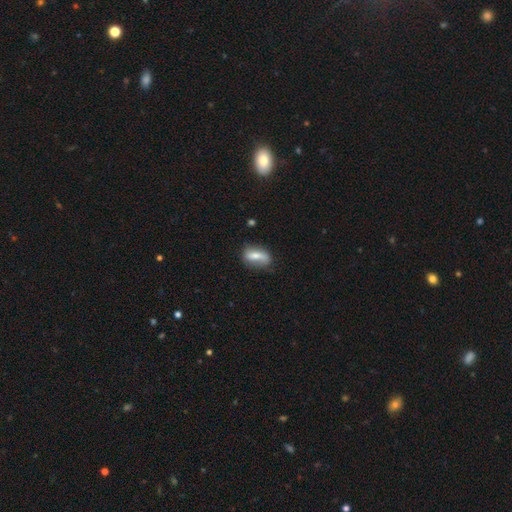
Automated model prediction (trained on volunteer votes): smooth_or_featured: smooth (p=0.59) [alt: featured or disk p=0.33]
how_rounded: in between (p=0.75) [alt: cigar-shaped p=0.16]
merging: none (p=0.66) [alt: minor disturbance p=0.24]